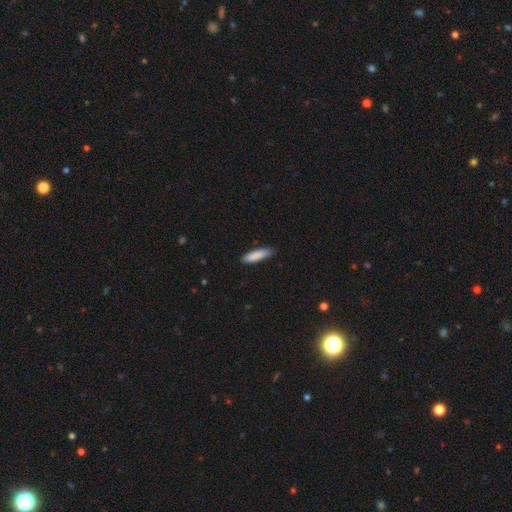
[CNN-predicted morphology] Smooth or featured: smooth — 87% (featured or disk — 7%)
How rounded: cigar-shaped — 73% (in between — 26%)
Merging: none — 84% (minor disturbance — 13%)